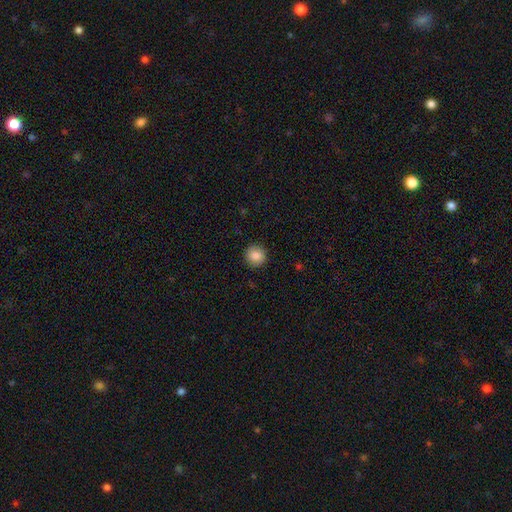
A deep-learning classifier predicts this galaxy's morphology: smooth_or_featured: smooth (p=0.87) [alt: star or artifact p=0.08]
how_rounded: round (p=0.93) [alt: in between p=0.06]
merging: none (p=0.91) [alt: minor disturbance p=0.06]